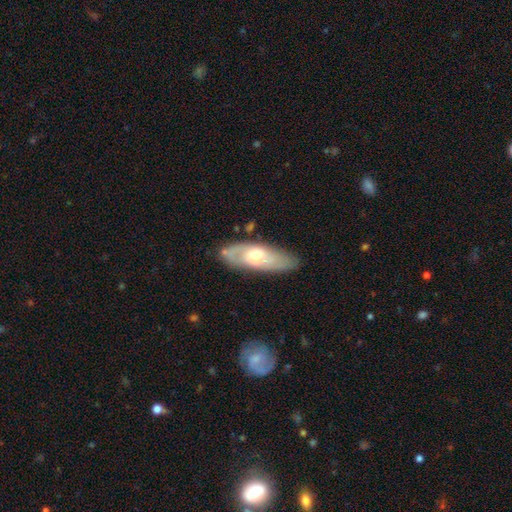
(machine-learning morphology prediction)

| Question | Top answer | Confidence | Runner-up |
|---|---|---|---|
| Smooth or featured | featured or disk | 51% | smooth (43%) |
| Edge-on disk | no | 76% | yes (24%) |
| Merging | none | 78% | minor disturbance (16%) |